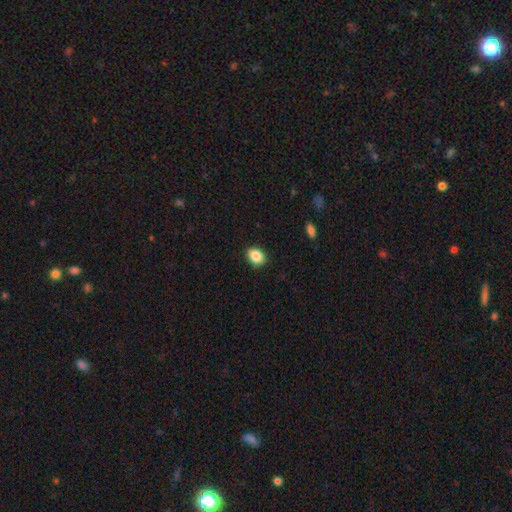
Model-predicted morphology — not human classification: Smooth or featured: smooth — 87% (star or artifact — 9%)
How rounded: in between — 61% (round — 38%)
Merging: none — 88% (minor disturbance — 9%)